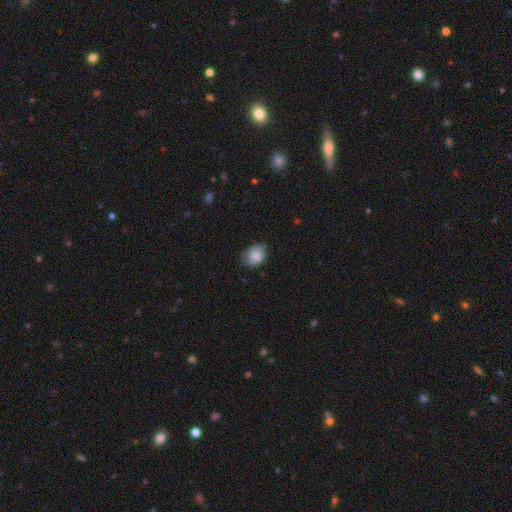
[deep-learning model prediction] smooth-or-featured: smooth: 79% | featured or disk: 13% | star or artifact: 8%
  how-rounded: in between: 65% | round: 34% | cigar-shaped: 1%
  merging: none: 74% | minor disturbance: 21% | major disturbance: 4% | merger: 1%